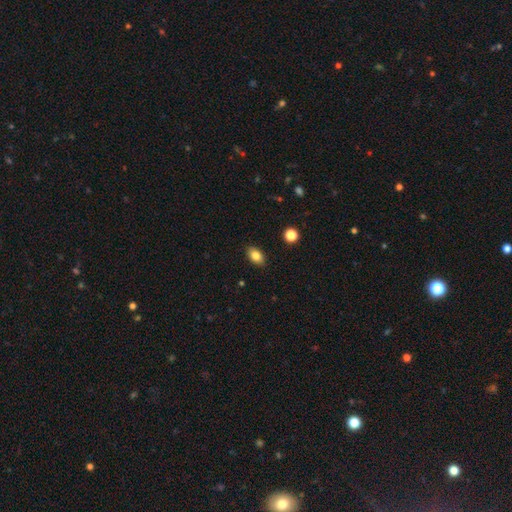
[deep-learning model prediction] Smooth or featured? Predicted: smooth (p=0.84). How rounded? Predicted: in between (p=0.88). Merging? Predicted: none (p=0.89).